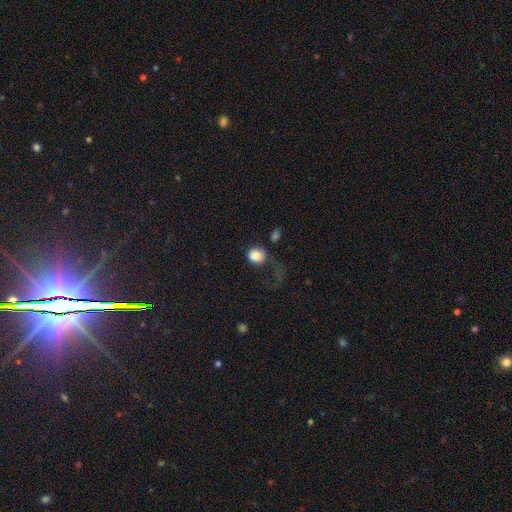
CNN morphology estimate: smooth-or-featured: smooth: 83% | star or artifact: 9% | featured or disk: 8%
  how-rounded: round: 75% | in between: 23% | cigar-shaped: 1%
  merging: none: 38% | major disturbance: 35% | minor disturbance: 18% | merger: 9%